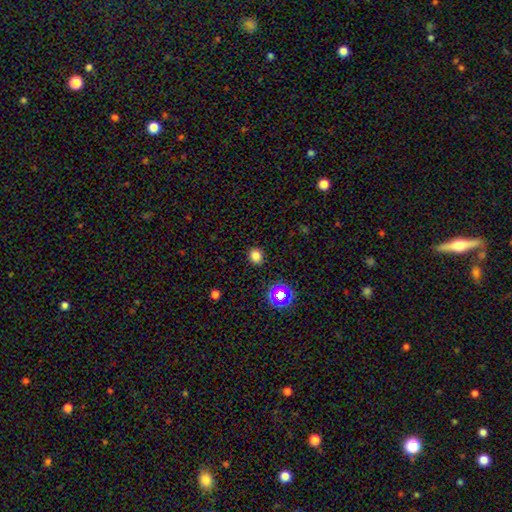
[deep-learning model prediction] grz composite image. It shows a smooth galaxy with no disk features (79%) that is round (73%). Merging: none (89%).